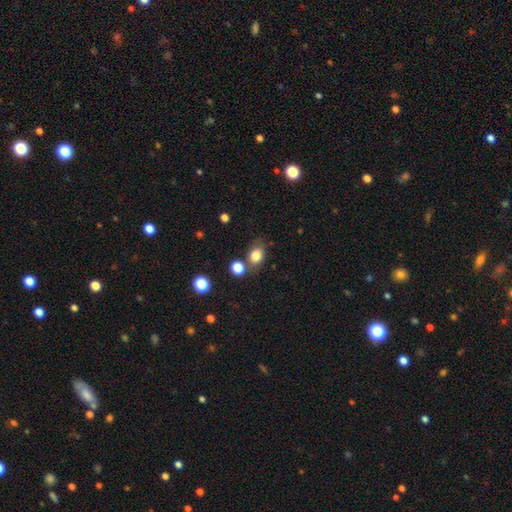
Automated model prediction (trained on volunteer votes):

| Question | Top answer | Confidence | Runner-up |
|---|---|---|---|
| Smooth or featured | smooth | 82% | star or artifact (11%) |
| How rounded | in between | 61% | round (38%) |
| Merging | none | 67% | minor disturbance (16%) |